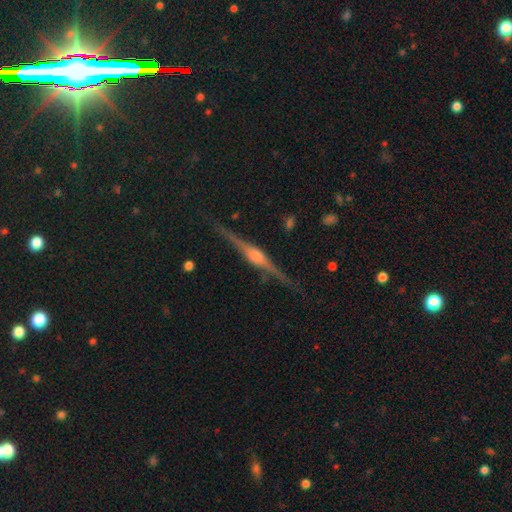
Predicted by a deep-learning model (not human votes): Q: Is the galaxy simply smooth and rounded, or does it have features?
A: featured or disk — 87%.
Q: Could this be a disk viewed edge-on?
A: yes — 98%.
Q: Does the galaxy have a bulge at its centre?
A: rounded — 84%.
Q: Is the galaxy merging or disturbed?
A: none — 89%.